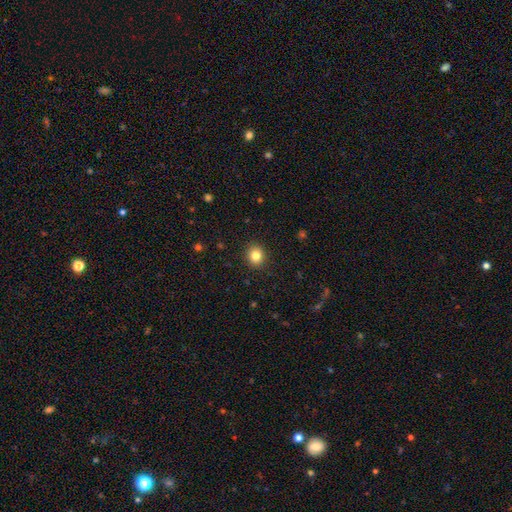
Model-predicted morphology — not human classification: smooth 82%, star or artifact 11%, featured or disk 6%. Down the decision tree: how rounded — round (80%); merging — none (91%).